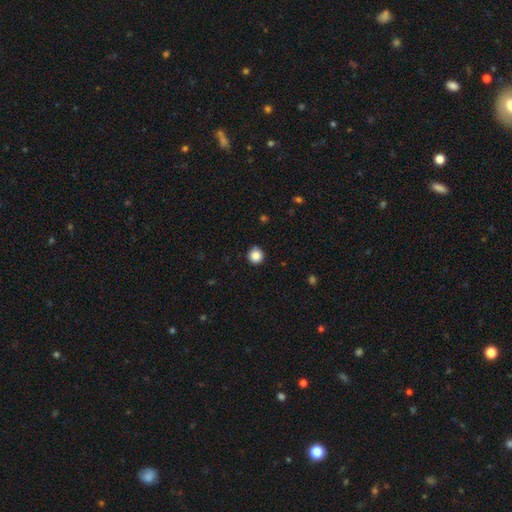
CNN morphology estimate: Q: Smooth or featured?
A: smooth (86%); runner-up: star or artifact (10%)
Q: How rounded?
A: round (95%); runner-up: in between (4%)
Q: Merging?
A: none (89%); runner-up: minor disturbance (8%)